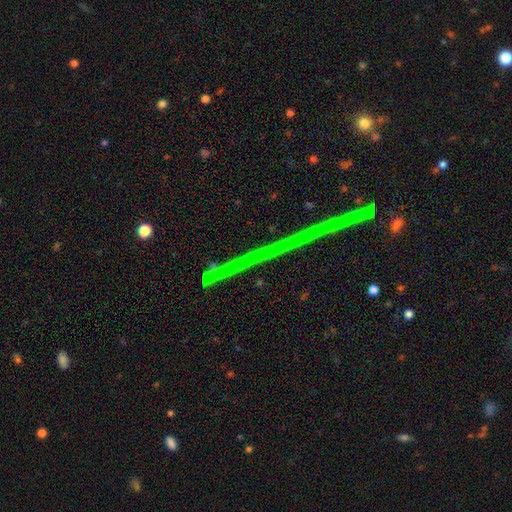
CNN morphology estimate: type=star or artifact (79%).